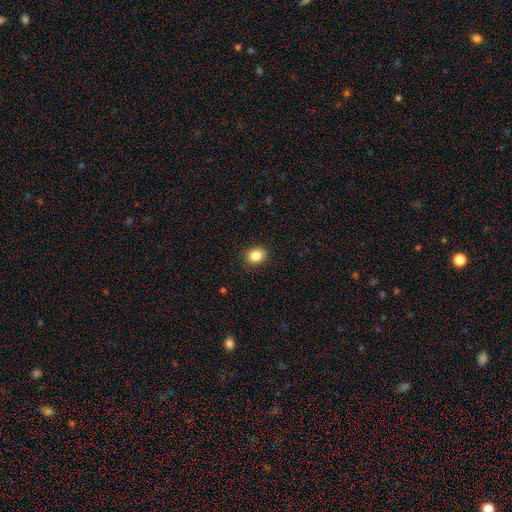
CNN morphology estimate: Smooth or featured? smooth (86%)
How rounded? round (58%)
Merging? none (90%)